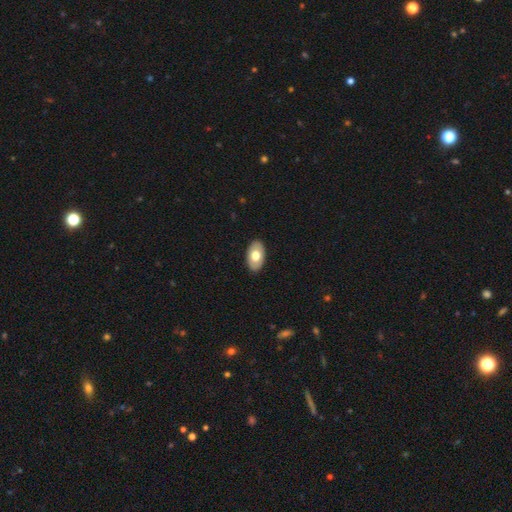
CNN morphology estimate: Smooth or featured: smooth — 66% (featured or disk — 29%)
How rounded: in between — 93% (round — 6%)
Merging: none — 89% (minor disturbance — 8%)